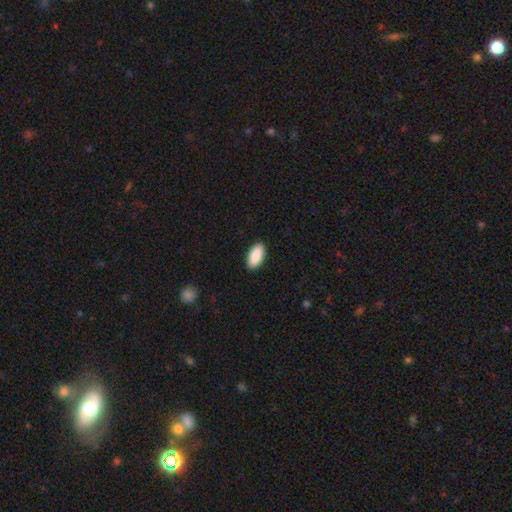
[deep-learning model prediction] Smooth or featured: smooth — 90% (star or artifact — 6%)
How rounded: in between — 93% (cigar-shaped — 5%)
Merging: none — 90% (minor disturbance — 7%)